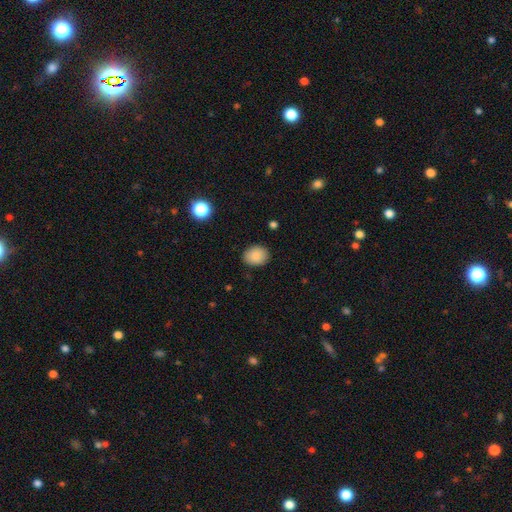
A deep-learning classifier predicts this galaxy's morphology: This is clearly a smooth galaxy (86%). How rounded: possibly round (50%, tied with in between). Merging: clearly none (87%).